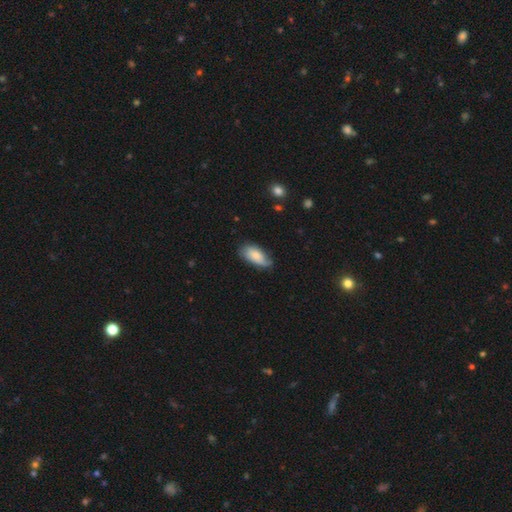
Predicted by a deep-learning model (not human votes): This appears to be a smooth galaxy with no disk features (74%) that is in between round and cigar-shaped (90%). Merging: none (60%).